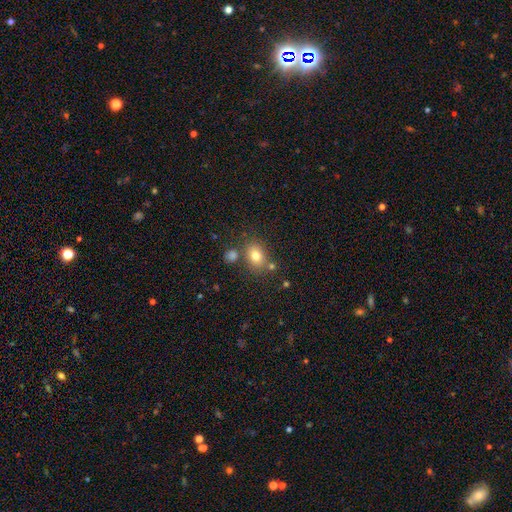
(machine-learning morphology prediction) Smooth or featured?
  - smooth: 77% *
  - star or artifact: 12%
  - featured or disk: 11%
How rounded?
  - in between: 62% *
  - round: 37%
  - cigar-shaped: 1%
Merging?
  - none: 70% *
  - merger: 13%
  - minor disturbance: 12%
  - major disturbance: 4%